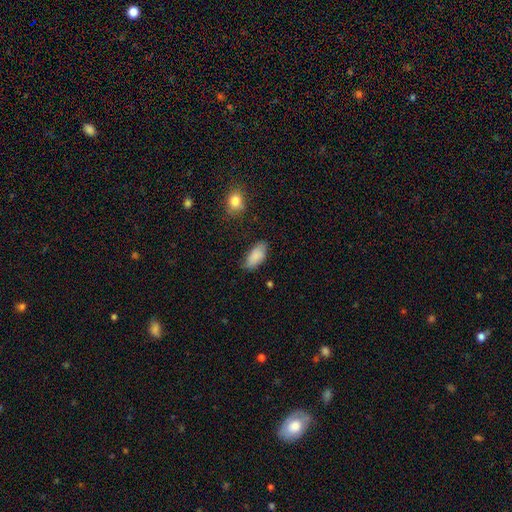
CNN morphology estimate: type=smooth (87%); roundness=in between (91%); merging=none (72%).